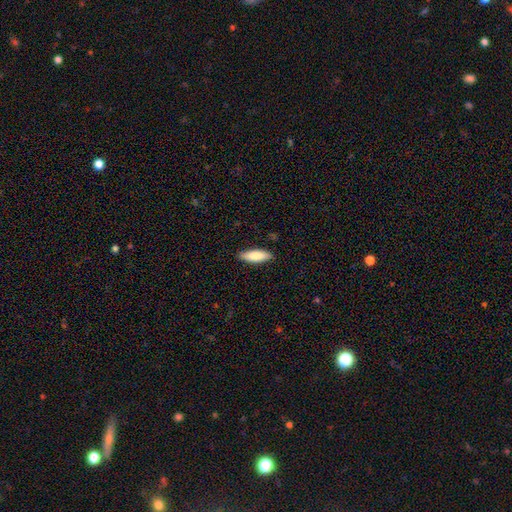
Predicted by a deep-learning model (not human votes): A smooth galaxy with no disk features (82%) that is in between round and cigar-shaped (58%). Merging: none (87%).